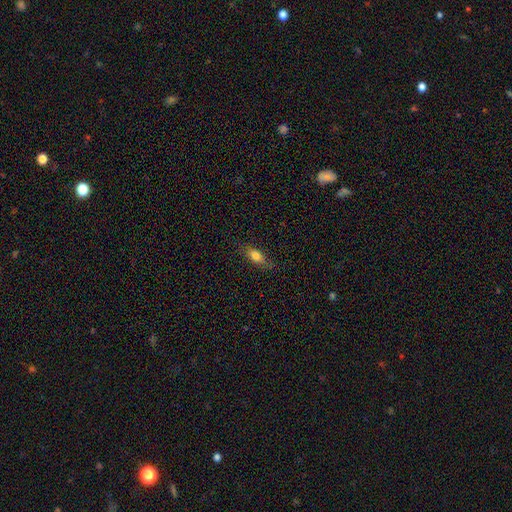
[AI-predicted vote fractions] smooth 74%, featured or disk 18%, star or artifact 9%. Down the decision tree: how rounded — in between (69%); merging — none (78%).